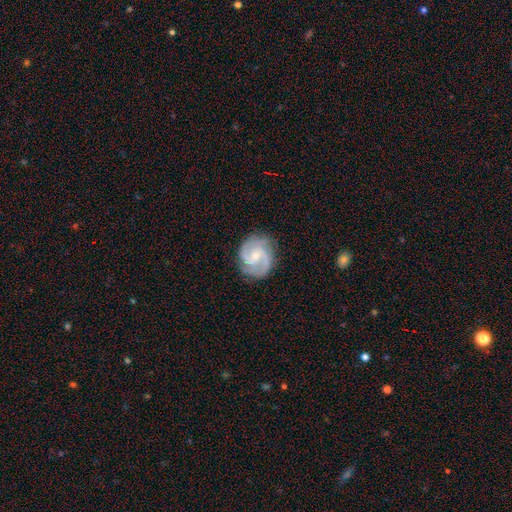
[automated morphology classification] This is clearly a featured or disk galaxy (90%). It is clearly not viewed edge-on (98%). Bar: possibly no (49%). Spiral arm pattern: clearly yes (98%). Spiral arm count: likely 2 (67%). Spiral winding: possibly medium (55%). Central bulge: likely small (64%). Merging: clearly none (80%).